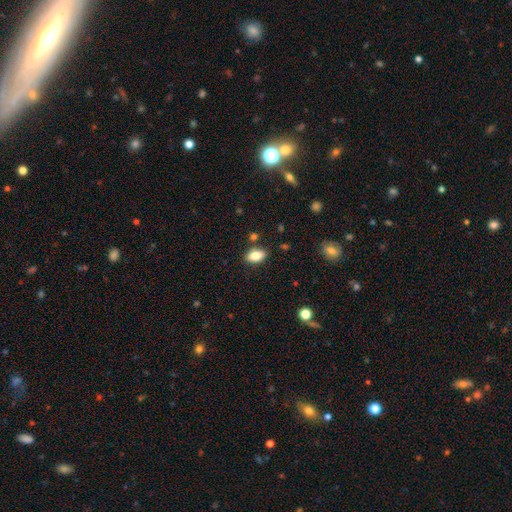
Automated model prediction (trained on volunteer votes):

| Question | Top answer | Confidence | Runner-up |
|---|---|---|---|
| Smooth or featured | smooth | 80% | featured or disk (11%) |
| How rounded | in between | 89% | round (7%) |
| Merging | none | 84% | minor disturbance (11%) |